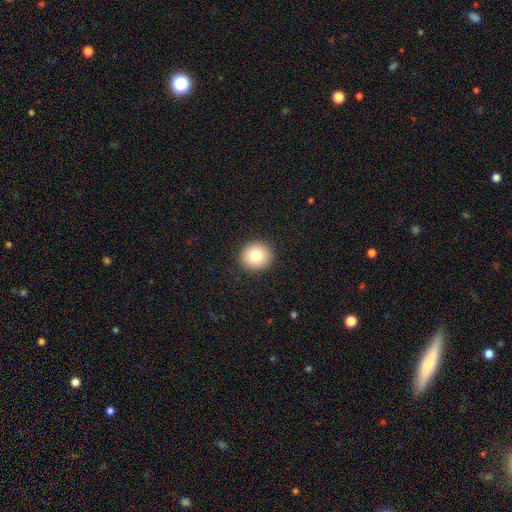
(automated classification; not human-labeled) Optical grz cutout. It shows a smooth galaxy with no disk features (79%) that is round (91%). Merging: none (92%).